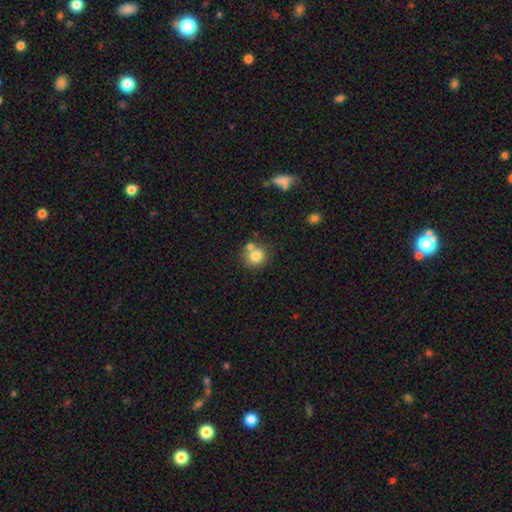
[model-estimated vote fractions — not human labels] Smooth or featured? smooth (80%)
How rounded? round (85%)
Merging? none (60%)